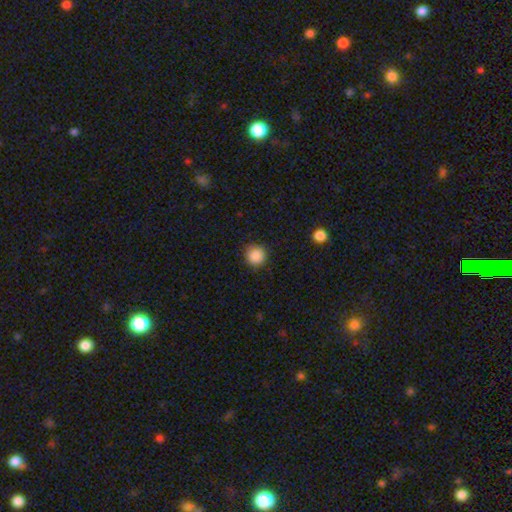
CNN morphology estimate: Overall: smooth (88%). How rounded: round (95%). Merging: none (89%).